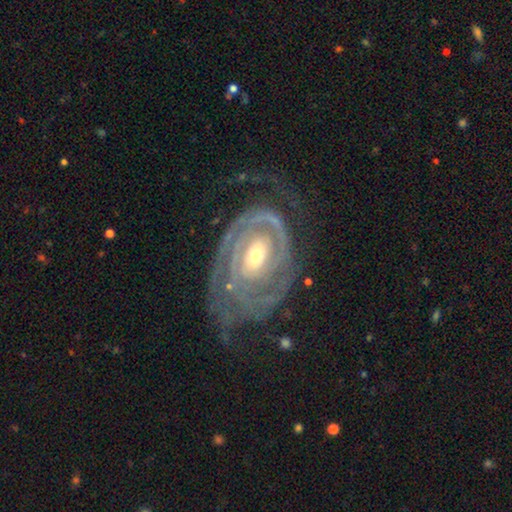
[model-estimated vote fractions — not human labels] A featured or disk galaxy (90%) with no bar (47%), 2 (47%) tight (76%) spiral arms (96%) and a small central bulge (49%).

Vote fractions:
- Smooth or featured? featured or disk: 90% / smooth: 5% / star or artifact: 5%
- Edge-on disk? no: 96% / yes: 4%
- Bar? no: 47% / weak: 35% / strong: 18%
- Spiral arms? yes: 96% / no: 4%
- Spiral winding? tight: 76% / medium: 19% / loose: 5%
- Spiral arm count? 2: 47% / can't tell: 23% / 3: 12% / 1: 8% / 4: 5% / more than 4: 4%
- Bulge size? small: 49% / moderate: 46% / large: 3% / none: 1% / dominant: 1%
- Merging? none: 60% / minor disturbance: 20% / major disturbance: 18% / merger: 2%